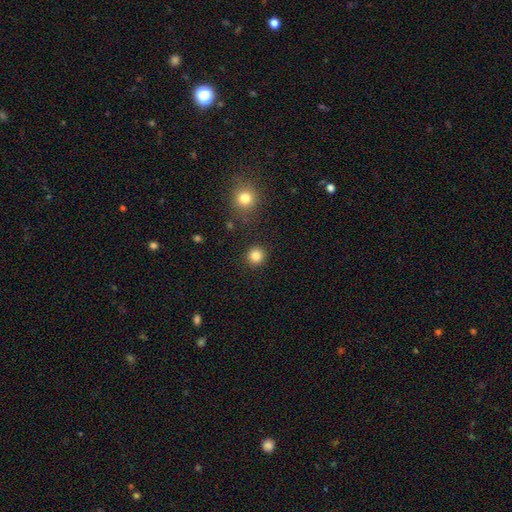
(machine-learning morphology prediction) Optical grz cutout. It shows a smooth galaxy with no disk features (84%) that is round (94%). Merging: none (91%).